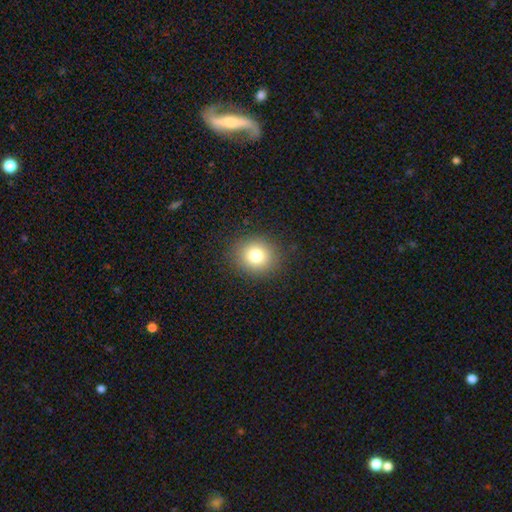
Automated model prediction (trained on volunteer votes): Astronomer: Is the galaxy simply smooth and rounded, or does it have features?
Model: smooth — 79%.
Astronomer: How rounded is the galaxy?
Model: round — 78%.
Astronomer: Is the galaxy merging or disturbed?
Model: none — 89%.